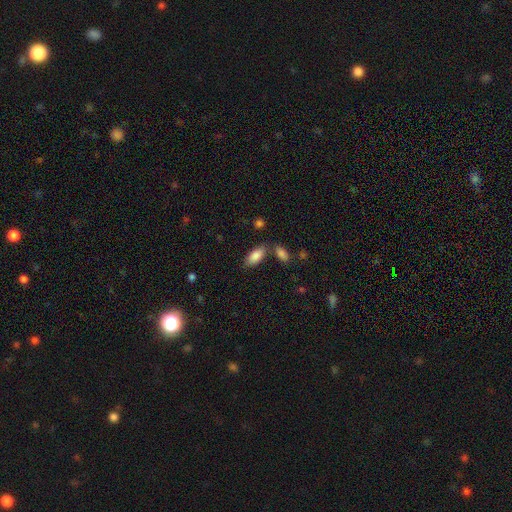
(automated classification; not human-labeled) Overall: smooth (87%). How rounded: in between (88%). Merging: none (72%).